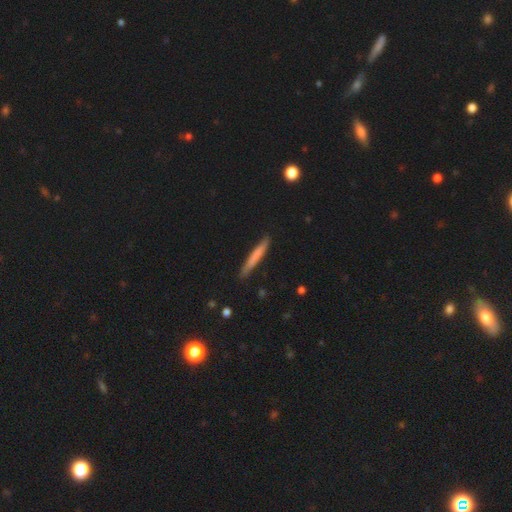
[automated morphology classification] smooth_or_featured: smooth (p=0.70) [alt: featured or disk p=0.25]
how_rounded: cigar-shaped (p=0.96) [alt: in between p=0.03]
merging: none (p=0.85) [alt: minor disturbance p=0.11]